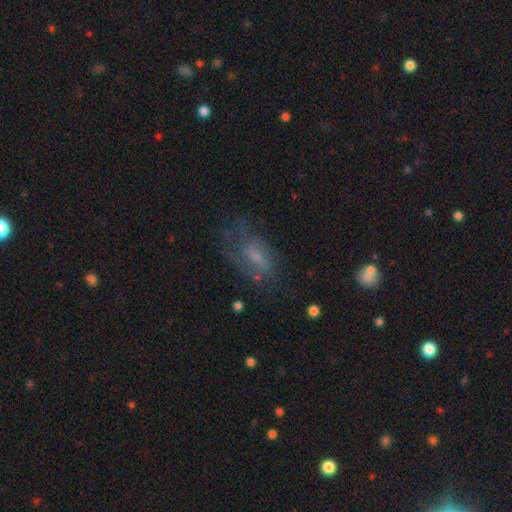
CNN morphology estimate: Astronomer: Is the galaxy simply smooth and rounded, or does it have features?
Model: featured or disk — 47% (runner-up: smooth, 41%).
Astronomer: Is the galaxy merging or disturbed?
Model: none — 46% (runner-up: major disturbance, 27%).